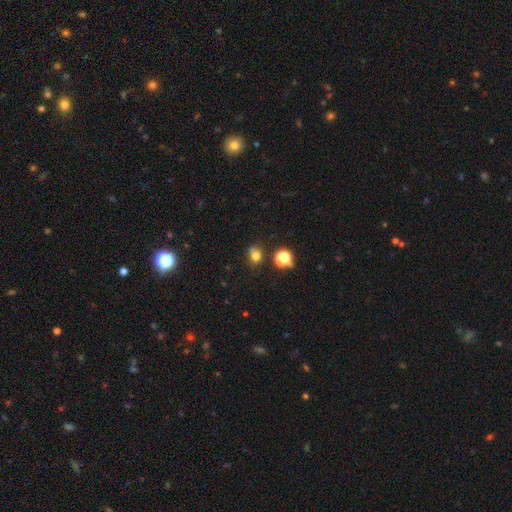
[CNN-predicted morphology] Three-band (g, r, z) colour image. It shows a smooth galaxy with no disk features (71%) that is round (68%). Merging: none (58%).